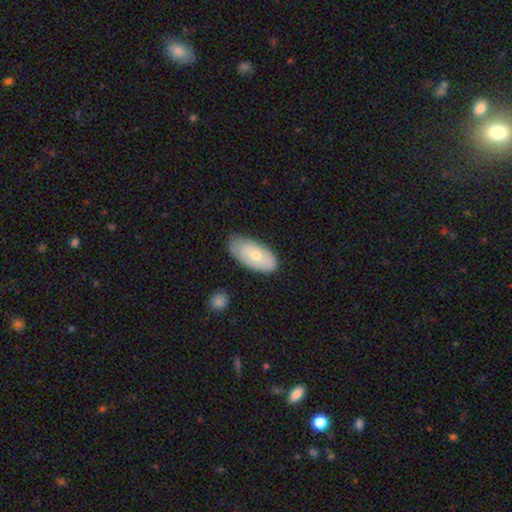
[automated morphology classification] smooth-or-featured: smooth: 67% | featured or disk: 26% | star or artifact: 6%
  how-rounded: in between: 93% | cigar-shaped: 4% | round: 3%
  merging: none: 68% | minor disturbance: 25% | major disturbance: 5% | merger: 2%